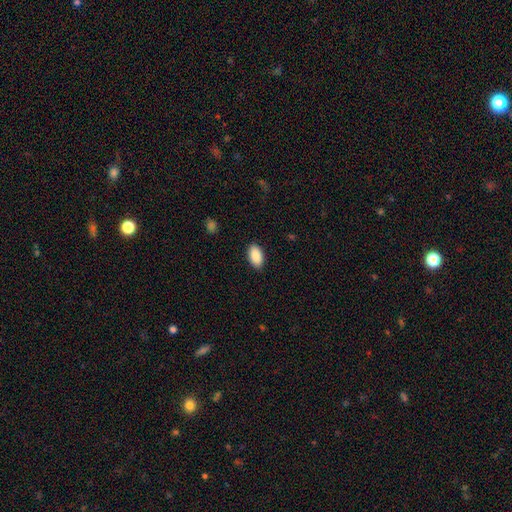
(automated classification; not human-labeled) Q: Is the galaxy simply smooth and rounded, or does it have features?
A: smooth — 90%.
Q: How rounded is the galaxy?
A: in between — 94%.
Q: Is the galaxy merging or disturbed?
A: none — 89%.